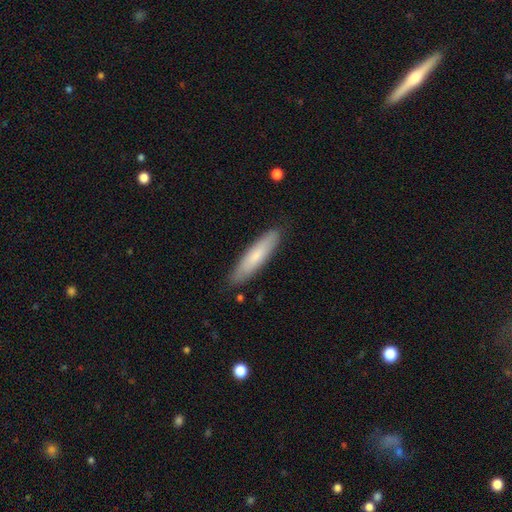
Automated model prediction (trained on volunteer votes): A smooth galaxy with no disk features (73%) that is cigar-shaped (78%).

Vote fractions:
- Smooth or featured? smooth: 73% / featured or disk: 21% / star or artifact: 6%
- How rounded? cigar-shaped: 78% / in between: 21% / round: 1%
- Merging? none: 87% / minor disturbance: 10% / major disturbance: 2% / merger: 1%